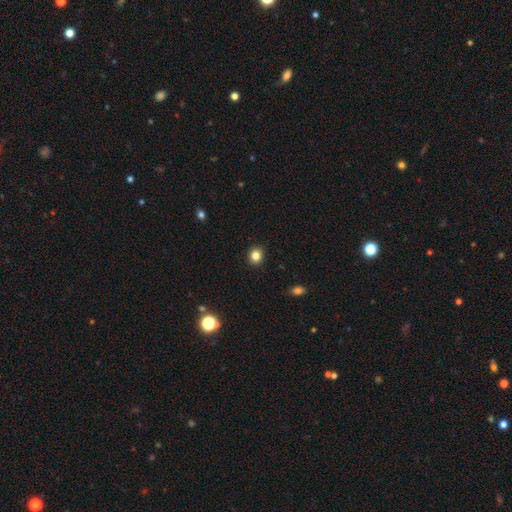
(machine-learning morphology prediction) Smooth or featured?
  - smooth: 84% *
  - star or artifact: 11%
  - featured or disk: 5%
How rounded?
  - round: 74% *
  - in between: 25%
  - cigar-shaped: 1%
Merging?
  - none: 91% *
  - minor disturbance: 6%
  - major disturbance: 2%
  - merger: 1%